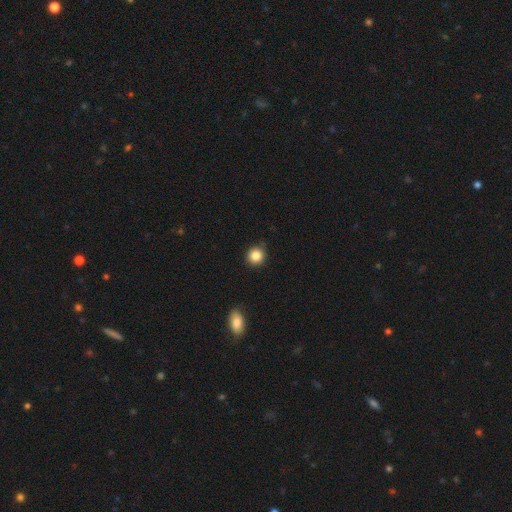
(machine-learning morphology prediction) A smooth galaxy with no disk features (86%) that is round (91%). Merging: none (87%).